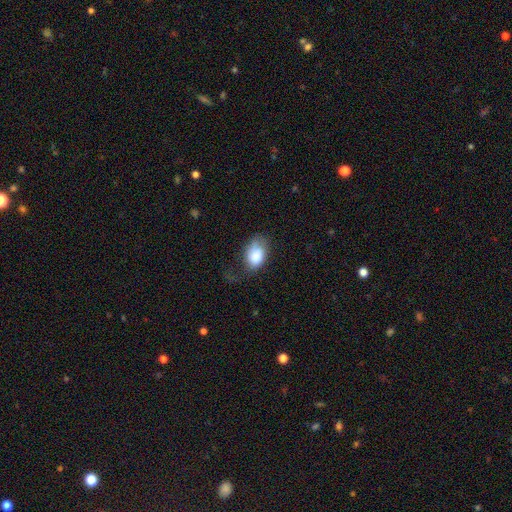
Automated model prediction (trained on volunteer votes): Smooth or featured? smooth (81%)
How rounded? in between (86%)
Merging? none (36%)